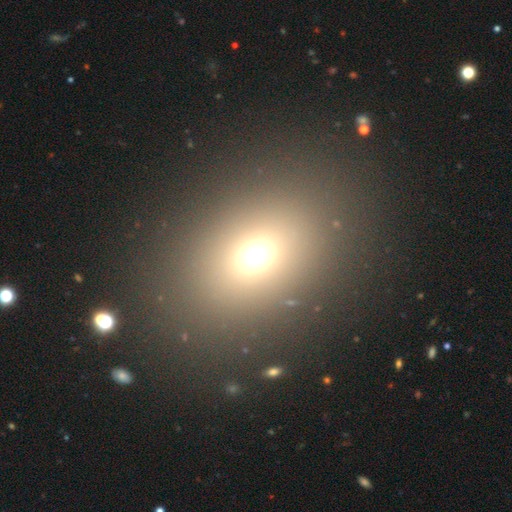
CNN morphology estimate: Smooth or featured: smooth — 67% (star or artifact — 21%)
How rounded: in between — 63% (round — 36%)
Merging: none — 86% (minor disturbance — 7%)